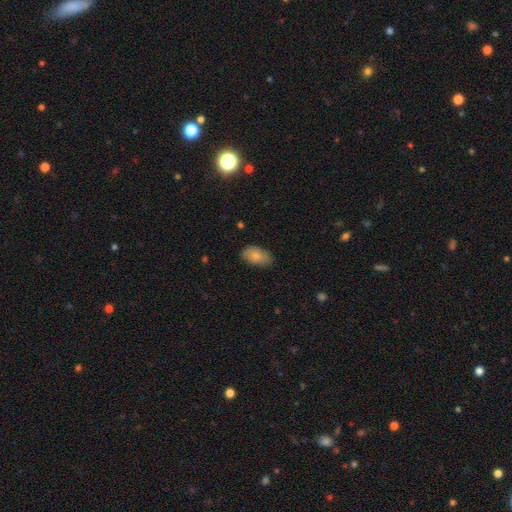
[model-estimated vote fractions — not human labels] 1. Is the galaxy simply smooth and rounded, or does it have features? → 80% smooth, 13% featured or disk, 7% star or artifact.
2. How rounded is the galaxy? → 93% in between, 5% round, 2% cigar-shaped.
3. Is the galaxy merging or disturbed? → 78% none, 18% minor disturbance, 3% major disturbance, 1% merger.